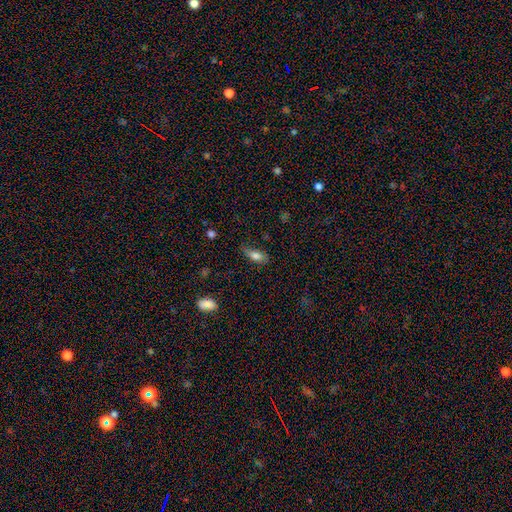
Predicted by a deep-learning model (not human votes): A smooth galaxy with no disk features (78%) that is in between round and cigar-shaped (78%). Merging: none (61%).